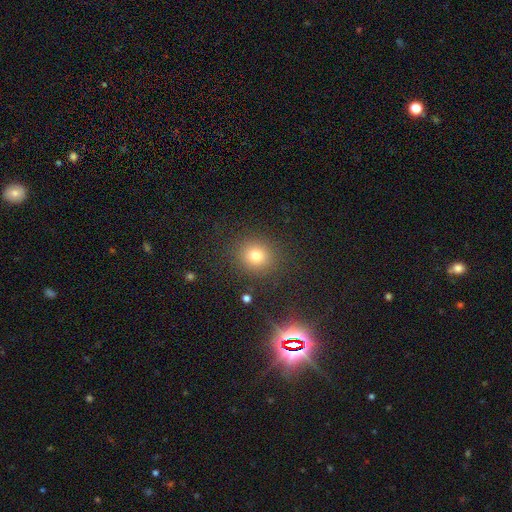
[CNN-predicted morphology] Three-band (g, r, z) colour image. It shows a smooth galaxy with no disk features (76%) that is round (87%). Merging: none (88%).